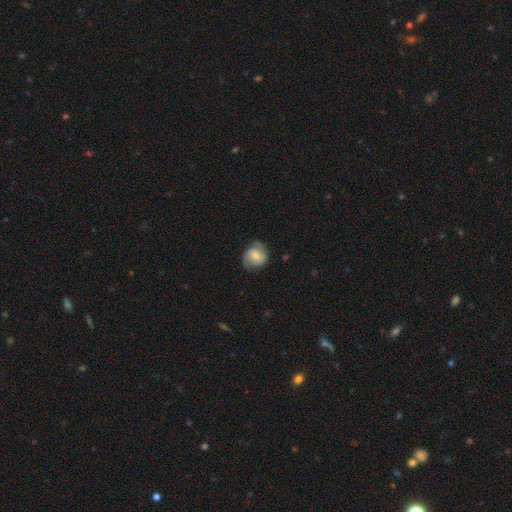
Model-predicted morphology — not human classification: Overall: smooth (49%; featured or disk 43%). Merging: none (67%).